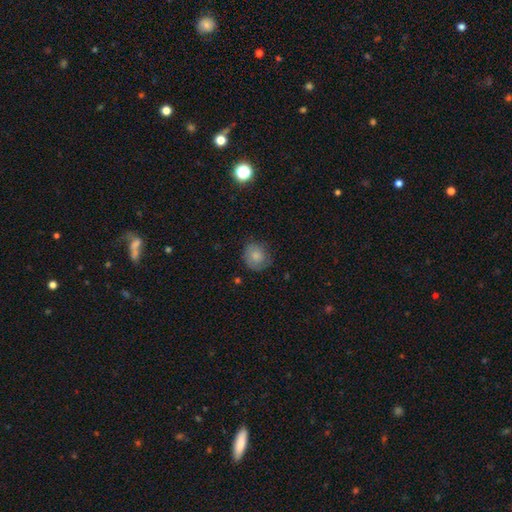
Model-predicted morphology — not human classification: Smooth or featured? smooth (79%)
How rounded? round (76%)
Merging? none (73%)